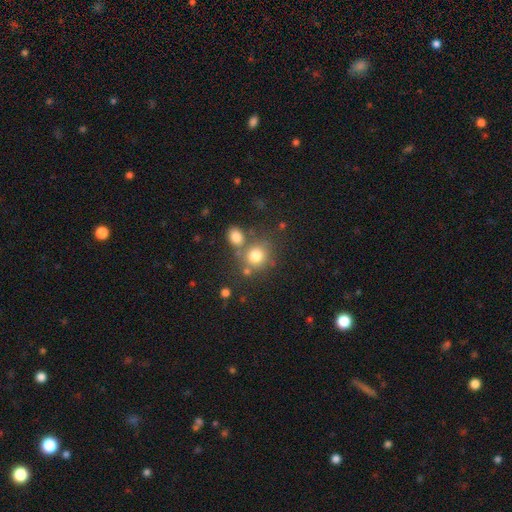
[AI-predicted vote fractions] Q: Smooth or featured?
A: smooth (77%); runner-up: star or artifact (14%)
Q: How rounded?
A: round (81%); runner-up: in between (19%)
Q: Merging?
A: none (60%); runner-up: merger (24%)